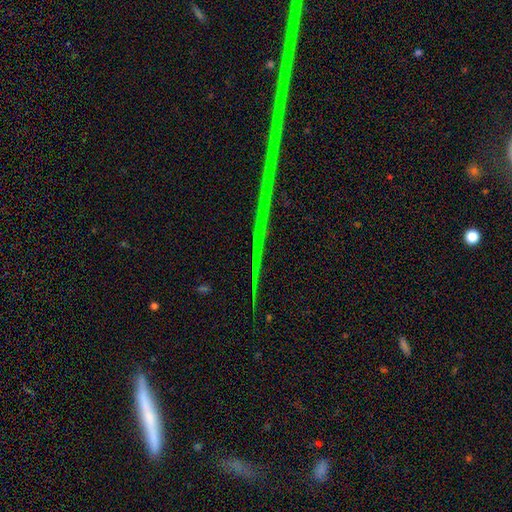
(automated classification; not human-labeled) smooth_or_featured: star or artifact (p=0.79) [alt: featured or disk p=0.13]